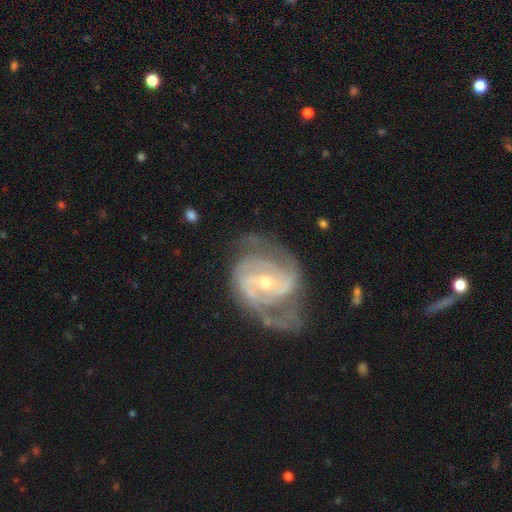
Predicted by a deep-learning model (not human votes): Smooth or featured?
  - featured or disk: 91% *
  - star or artifact: 5%
  - smooth: 4%
Edge-on disk?
  - no: 97% *
  - yes: 3%
Bar?
  - weak: 43% *
  - strong: 36%
  - no: 21%
Spiral arms?
  - yes: 97% *
  - no: 3%
Spiral winding?
  - tight: 47% *
  - medium: 44%
  - loose: 10%
Spiral arm count?
  - 2: 59% *
  - 3: 18%
  - can't tell: 11%
  - 4: 5%
  - 1: 4%
  - more than 4: 4%
Bulge size?
  - small: 57% *
  - moderate: 40%
  - large: 2%
  - none: 1%
  - dominant: 1%
Merging?
  - none: 64% *
  - minor disturbance: 20%
  - major disturbance: 14%
  - merger: 2%